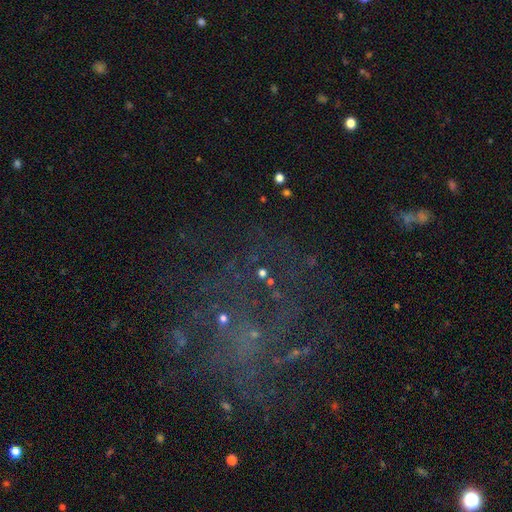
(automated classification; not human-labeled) Morphology: type=featured or disk (50%); edge-on=no (97%); merging=none (59%).